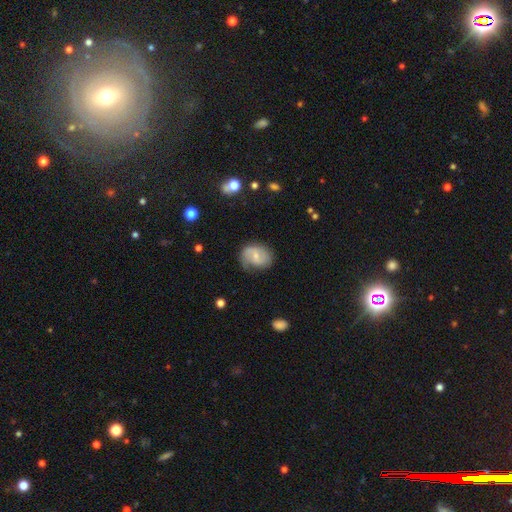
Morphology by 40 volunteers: smooth-or-featured: featured or disk: 52% | smooth: 38% | star or artifact: 10%
  disk-edge-on: no: 95% | yes: 5%
    bar: no: 50% | weak: 45% | strong: 5%
    has-spiral-arms: yes: 65% | no: 35%
      spiral-winding: tight: 46% | medium: 31% | loose: 23%
      spiral-arm-count: 2: 38% | 1: 31% | can't tell: 31% | 3: 0% | 4: 0% | more than 4: 0%
    bulge-size: small: 75% | moderate: 25% | dominant: 0% | large: 0% | none: 0%
  merging: none: 56% | minor disturbance: 33% | major disturbance: 11% | merger: 0%